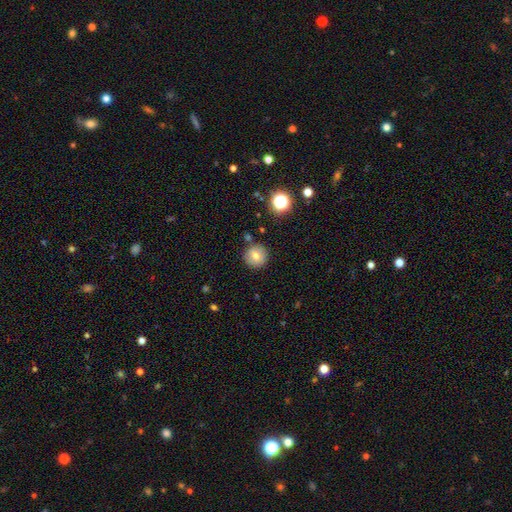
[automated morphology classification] smooth 74%, featured or disk 14%, star or artifact 12%. Down the decision tree: how rounded — round (95%); merging — none (86%).